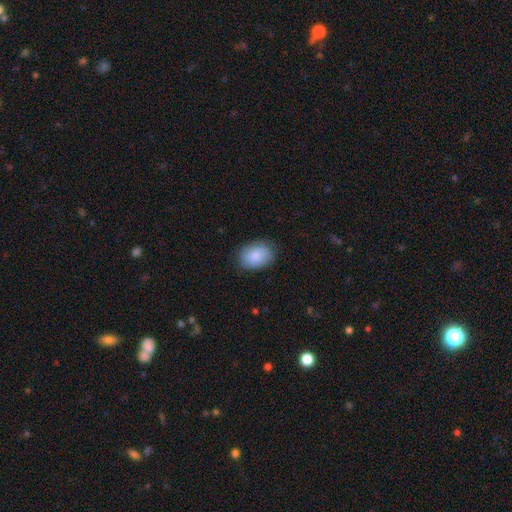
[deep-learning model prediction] Smooth or featured: smooth — 85% (featured or disk — 9%)
How rounded: in between — 78% (round — 21%)
Merging: none — 81% (minor disturbance — 14%)